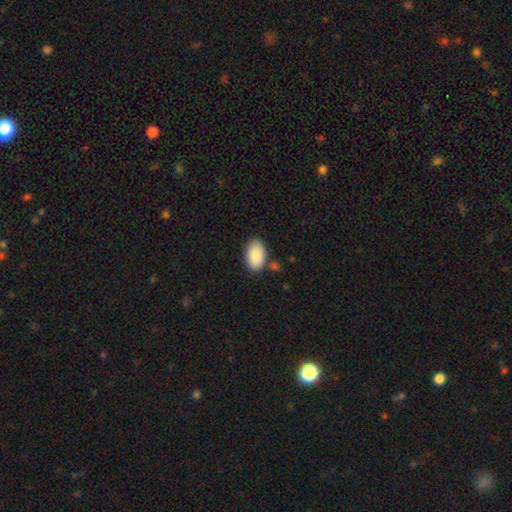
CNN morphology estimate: This appears to be a smooth galaxy with no disk features (88%) that is in between round and cigar-shaped (94%). Merging: none (78%).